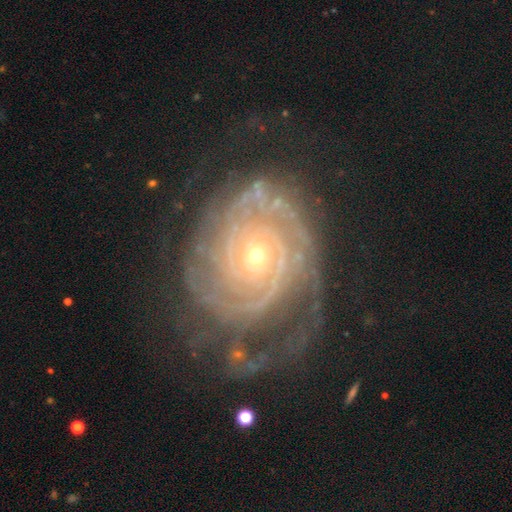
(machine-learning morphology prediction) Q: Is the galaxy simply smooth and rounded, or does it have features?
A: featured or disk — 91%.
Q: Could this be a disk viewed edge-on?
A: no — 97%.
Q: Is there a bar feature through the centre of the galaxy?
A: no — 70%.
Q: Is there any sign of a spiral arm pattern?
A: yes — 98%.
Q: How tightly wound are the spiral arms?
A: tight — 84%.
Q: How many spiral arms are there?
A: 2 — 27%.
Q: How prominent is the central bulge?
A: small — 62%.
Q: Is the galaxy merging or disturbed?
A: none — 66%.